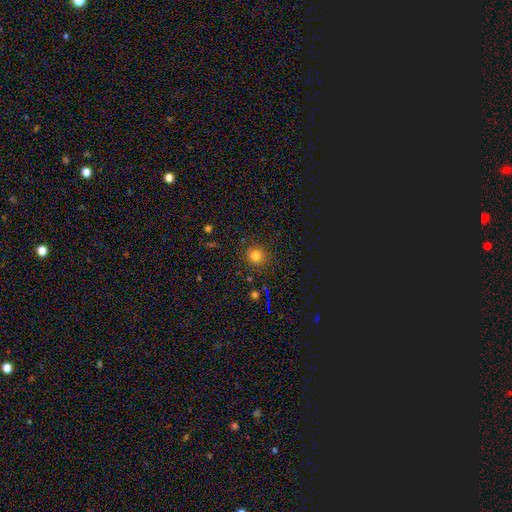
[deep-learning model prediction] smooth_or_featured: smooth (p=0.77) [alt: star or artifact p=0.17]
how_rounded: round (p=0.89) [alt: in between p=0.10]
merging: none (p=0.87) [alt: minor disturbance p=0.09]